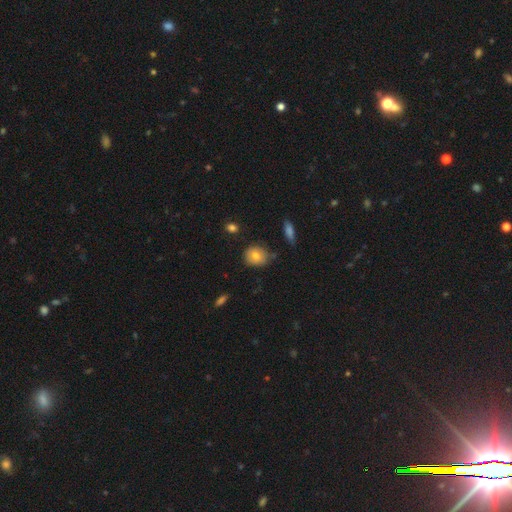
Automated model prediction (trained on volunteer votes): smooth-or-featured: smooth: 77% | featured or disk: 14% | star or artifact: 9%
  how-rounded: round: 70% | in between: 29% | cigar-shaped: 1%
  merging: none: 74% | minor disturbance: 19% | major disturbance: 4% | merger: 3%